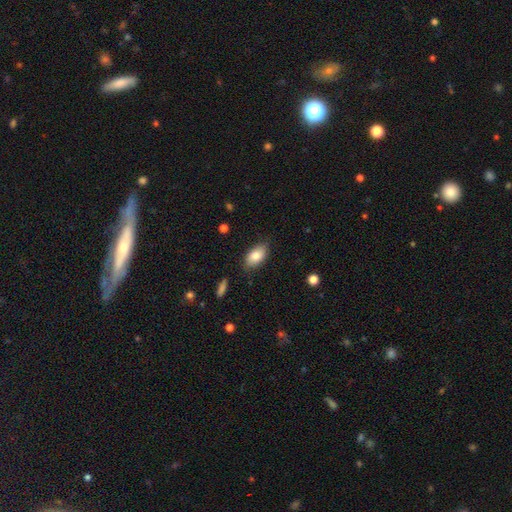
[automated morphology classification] A smooth galaxy with no disk features (82%) that is in between round and cigar-shaped (92%).

Vote fractions:
- Smooth or featured? smooth: 82% / featured or disk: 11% / star or artifact: 7%
- How rounded? in between: 92% / round: 5% / cigar-shaped: 3%
- Merging? none: 81% / minor disturbance: 14% / major disturbance: 3% / merger: 2%